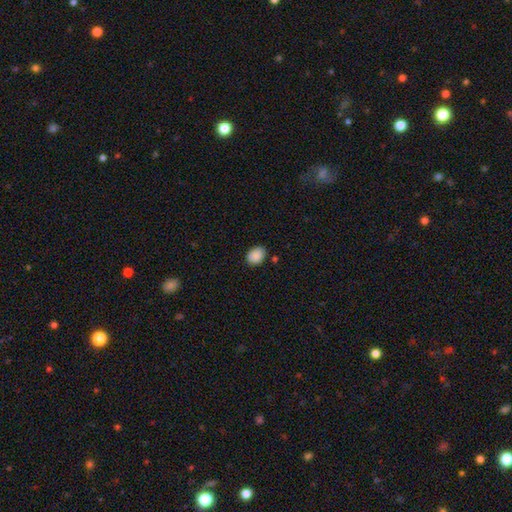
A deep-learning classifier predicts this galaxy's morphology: smooth-or-featured: smooth: 89% | star or artifact: 8% | featured or disk: 3%
  how-rounded: in between: 67% | round: 32% | cigar-shaped: 1%
  merging: none: 82% | minor disturbance: 13% | major disturbance: 3% | merger: 3%